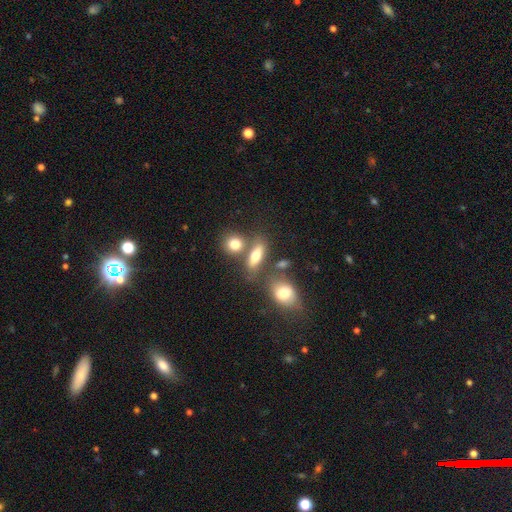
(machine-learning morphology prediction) This appears to be a smooth galaxy with no disk features (72%) that is in between round and cigar-shaped (65%). Merging: none (60%).